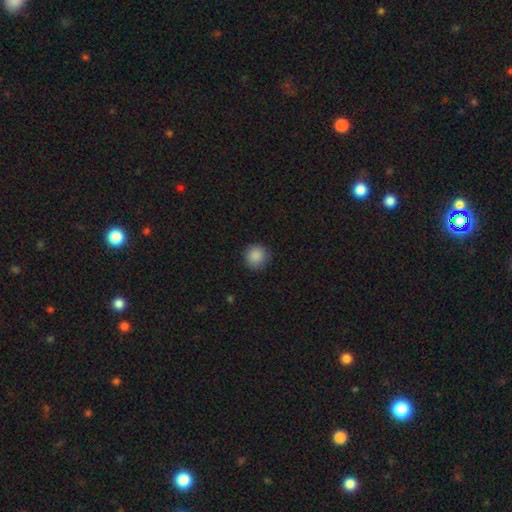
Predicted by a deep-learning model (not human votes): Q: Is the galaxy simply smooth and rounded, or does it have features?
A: smooth — 88%.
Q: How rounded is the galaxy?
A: round — 93%.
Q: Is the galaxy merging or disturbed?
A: none — 89%.